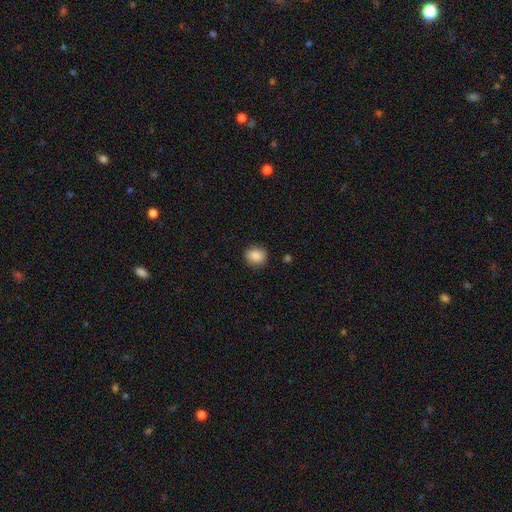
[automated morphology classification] A smooth galaxy with no disk features (87%) that is round (74%).

Vote fractions:
- Smooth or featured? smooth: 87% / star or artifact: 9% / featured or disk: 4%
- How rounded? round: 74% / in between: 25% / cigar-shaped: 1%
- Merging? none: 86% / minor disturbance: 10% / major disturbance: 3% / merger: 1%